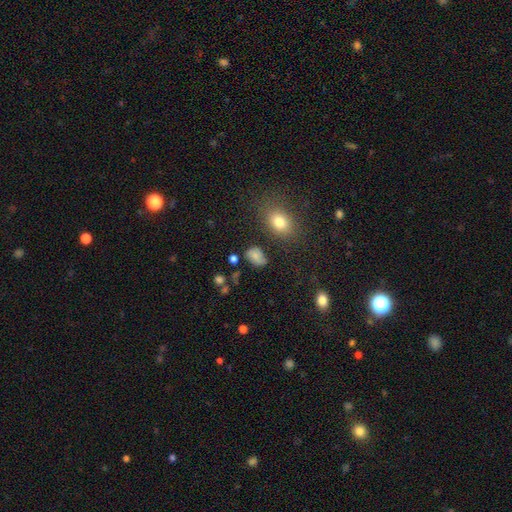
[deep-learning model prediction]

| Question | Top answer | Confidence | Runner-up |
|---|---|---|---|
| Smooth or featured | smooth | 68% | featured or disk (18%) |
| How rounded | in between | 75% | round (24%) |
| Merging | none | 65% | minor disturbance (23%) |